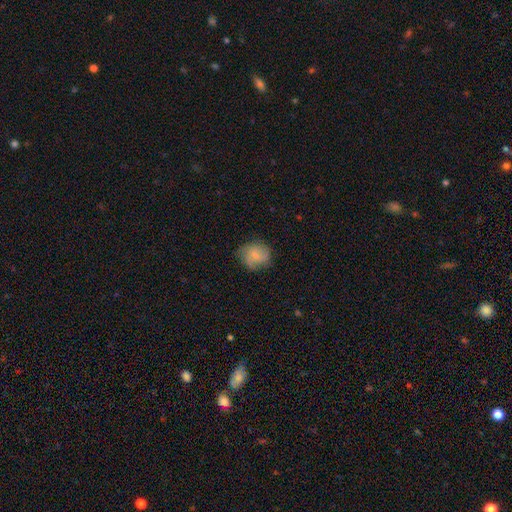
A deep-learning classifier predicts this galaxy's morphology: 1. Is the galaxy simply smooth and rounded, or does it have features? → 54% smooth, 38% featured or disk, 8% star or artifact.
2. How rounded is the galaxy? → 76% round, 23% in between, 1% cigar-shaped.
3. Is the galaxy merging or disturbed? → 66% none, 24% minor disturbance, 8% major disturbance, 1% merger.